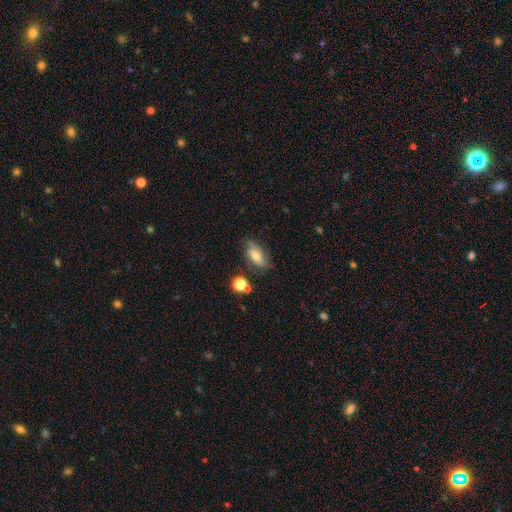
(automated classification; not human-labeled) smooth 54%, featured or disk 35%, star or artifact 11%. Down the decision tree: how rounded — in between (80%); merging — none (64%).